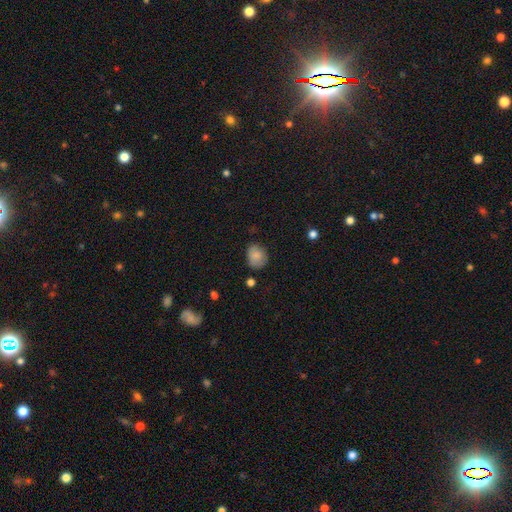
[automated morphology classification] Smooth or featured: smooth — 83% (star or artifact — 9%)
How rounded: round — 55% (in between — 44%)
Merging: none — 69% (minor disturbance — 24%)